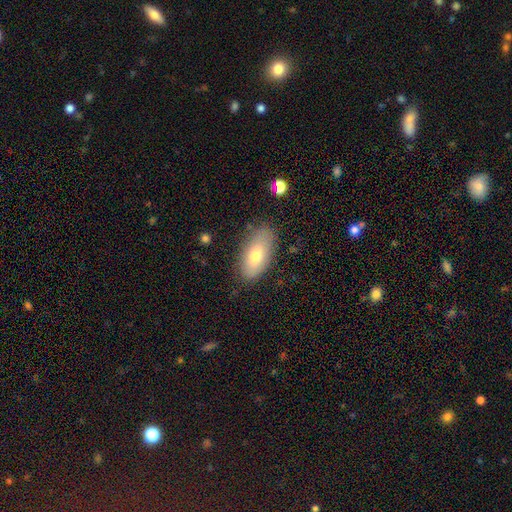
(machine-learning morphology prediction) This appears to be a smooth galaxy with no disk features (71%) that is in between round and cigar-shaped (90%). Merging: none (80%).